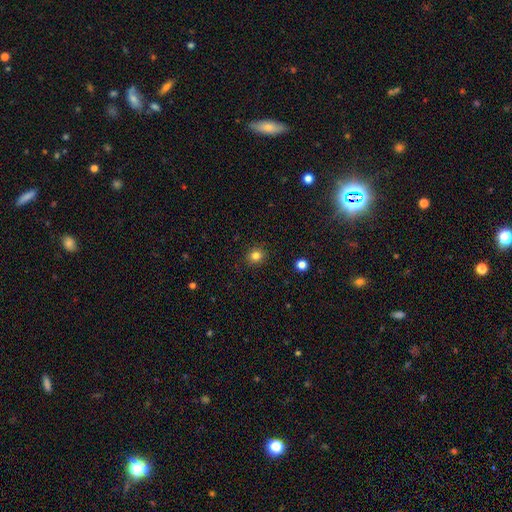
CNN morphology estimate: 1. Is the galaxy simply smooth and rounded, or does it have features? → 82% smooth, 12% star or artifact, 6% featured or disk.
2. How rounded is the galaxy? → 78% round, 21% in between, 1% cigar-shaped.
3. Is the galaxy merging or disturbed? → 90% none, 7% minor disturbance, 2% major disturbance, 1% merger.